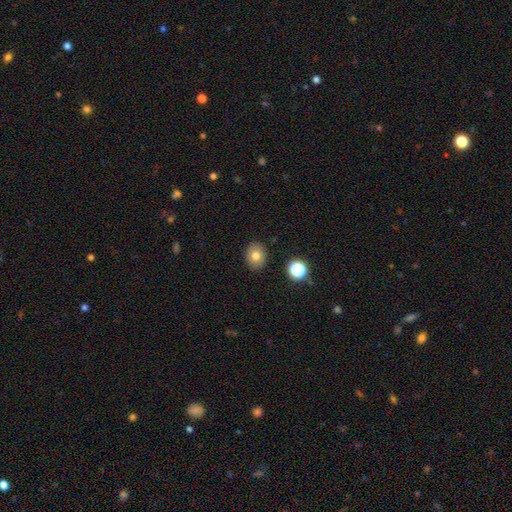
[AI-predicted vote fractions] Morphology: type=smooth (78%); roundness=round (56%); merging=none (88%).